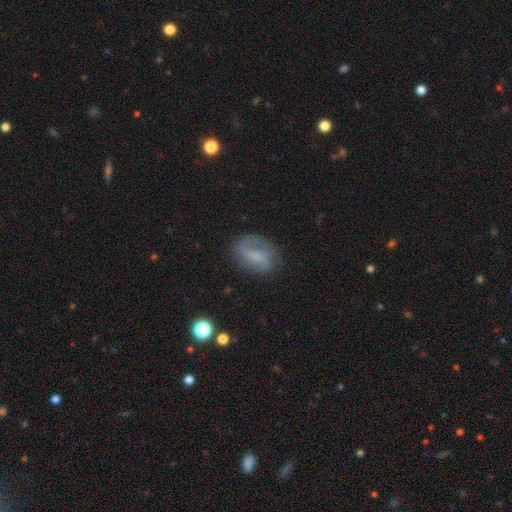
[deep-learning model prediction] smooth_or_featured: featured or disk (p=0.55) [alt: smooth p=0.35]
disk_edge_on: no (p=0.95) [alt: yes p=0.05]
bar: weak (p=0.44) [alt: no p=0.33]
has_spiral_arms: yes (p=0.78) [alt: no p=0.22]
bulge_size: none (p=0.38) [alt: small p=0.35]
merging: none (p=0.63) [alt: minor disturbance p=0.22]